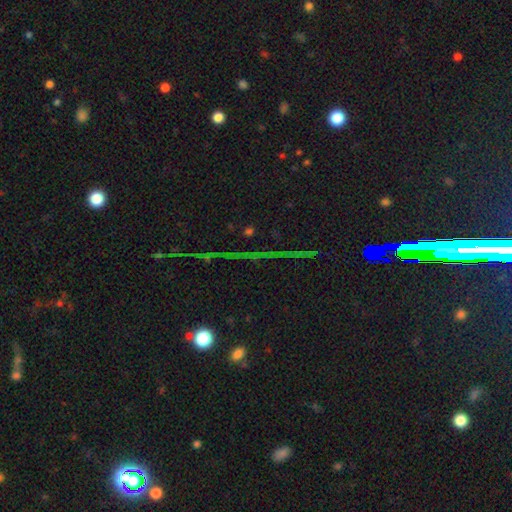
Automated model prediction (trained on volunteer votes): Smooth or featured? star or artifact (78%)